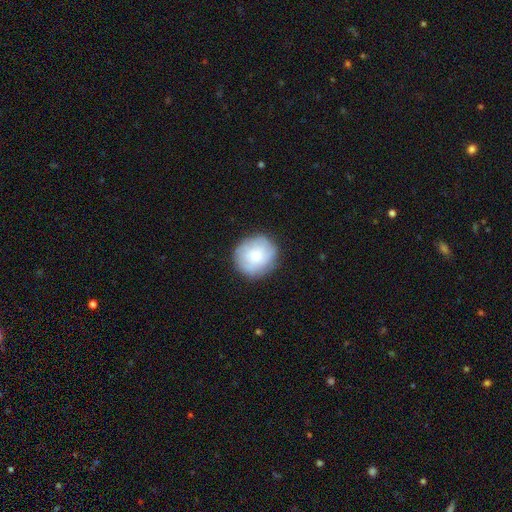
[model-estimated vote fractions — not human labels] Smooth or featured? Predicted: smooth (p=0.72). How rounded? Predicted: round (p=0.89). Merging? Predicted: none (p=0.82).